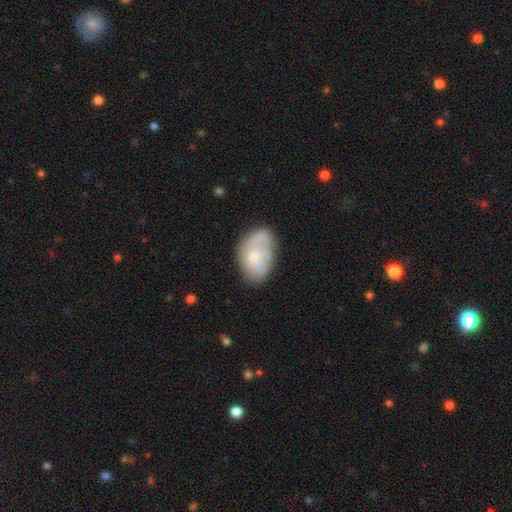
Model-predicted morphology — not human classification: Smooth or featured? Predicted: smooth (p=0.49). Merging? Predicted: none (p=0.54).